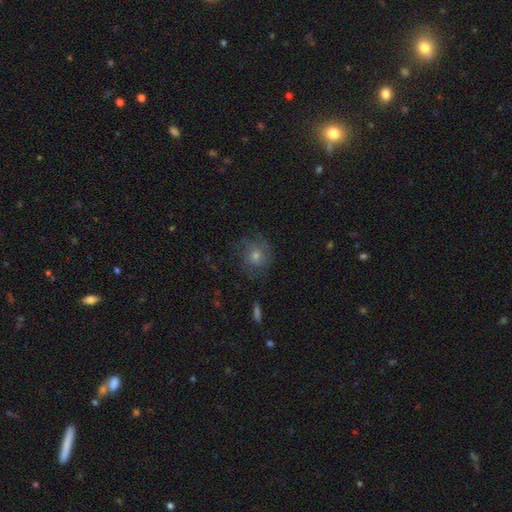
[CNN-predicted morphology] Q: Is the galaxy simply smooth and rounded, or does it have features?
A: featured or disk — 45%.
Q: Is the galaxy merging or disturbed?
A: none — 73%.